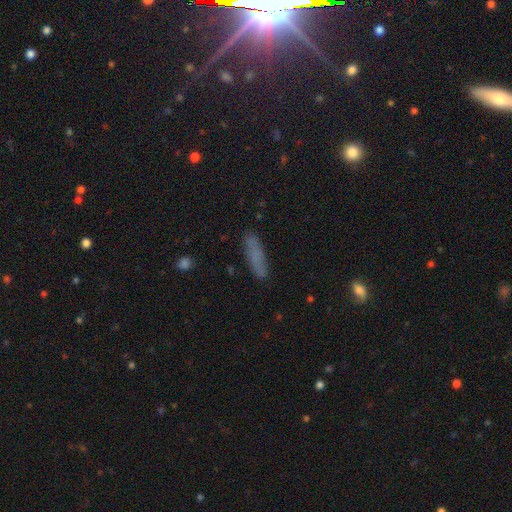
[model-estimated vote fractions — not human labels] The model was most divided on "how rounded": cigar-shaped: 74%, in between: 24%, round: 2%. More confident: merging — none (83%); smooth or featured — smooth (73%).